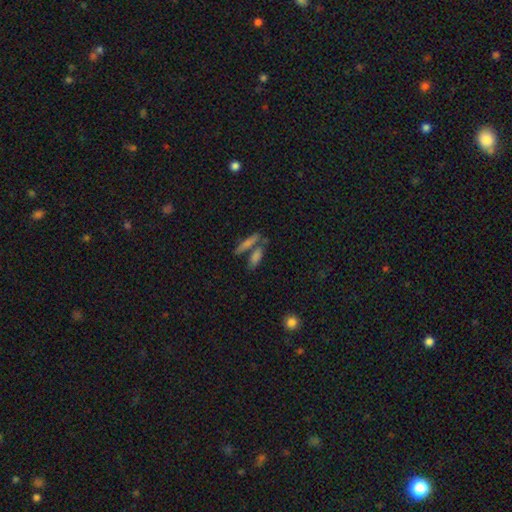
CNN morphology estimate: This is likely a smooth galaxy (63%). How rounded: likely cigar-shaped (63%). Merging: possibly none (54%).